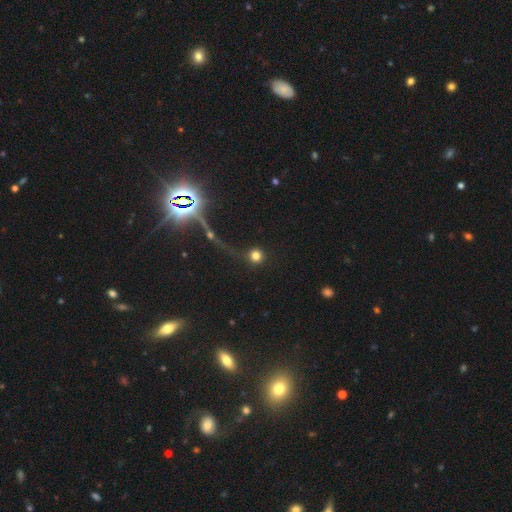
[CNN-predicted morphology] Smooth or featured? smooth (77%)
How rounded? round (95%)
Merging? none (82%)